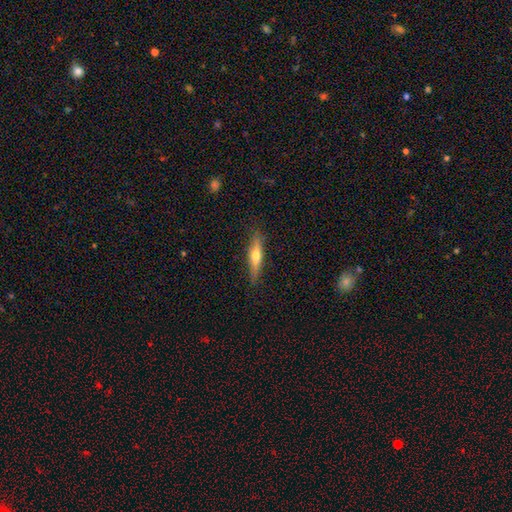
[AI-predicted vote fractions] This is possibly a featured or disk galaxy (48%). Merging: clearly none (85%).